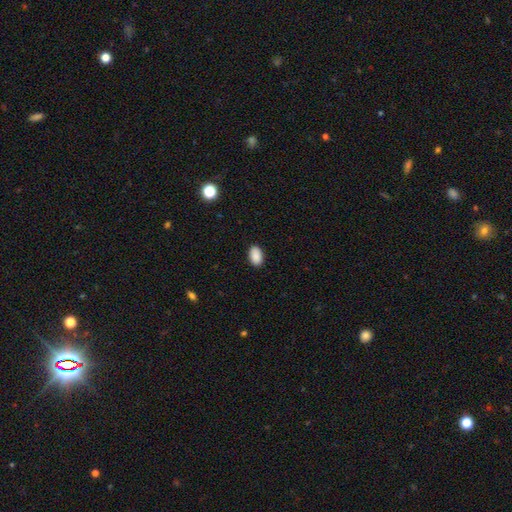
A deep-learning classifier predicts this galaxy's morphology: Overall: smooth (90%). How rounded: in between (92%). Merging: none (89%).